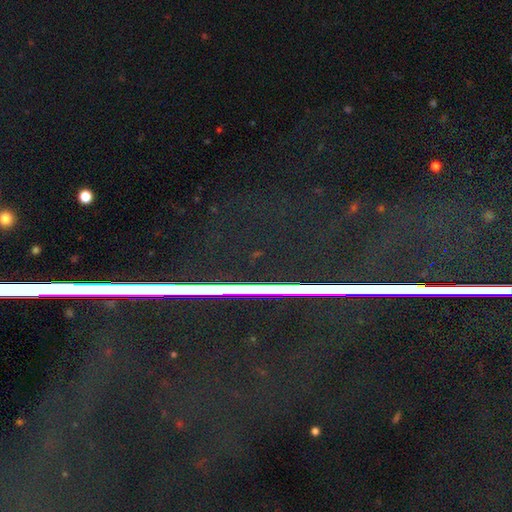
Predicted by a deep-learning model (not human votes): Smooth or featured? Predicted: star or artifact (p=0.81).